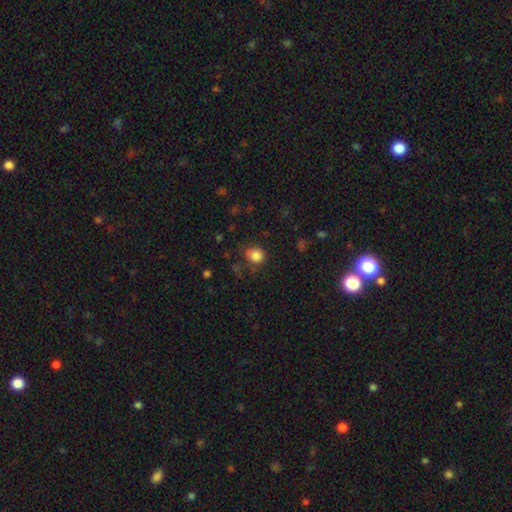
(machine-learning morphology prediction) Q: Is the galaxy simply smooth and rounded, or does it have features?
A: smooth — 84%.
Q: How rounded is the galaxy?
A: round — 75%.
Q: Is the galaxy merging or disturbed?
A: none — 73%.